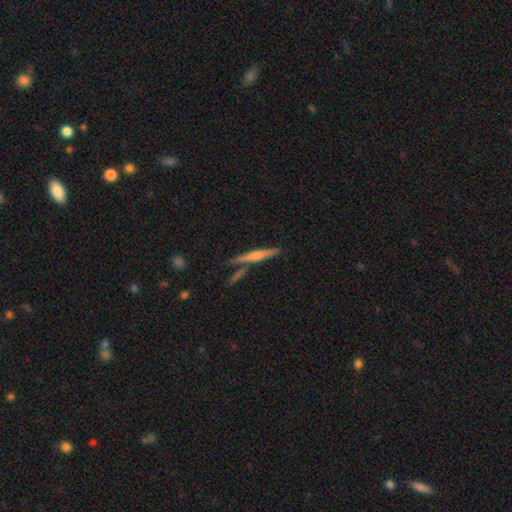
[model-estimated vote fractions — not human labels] featured or disk 47% (tied), smooth 47% (tied), star or artifact 7%. Down the decision tree: merging — none (72%).